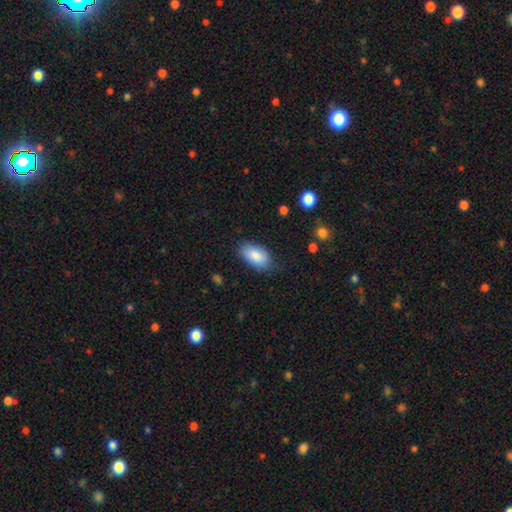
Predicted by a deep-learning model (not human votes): Morphology: type=smooth (86%); roundness=in between (94%); merging=none (74%).